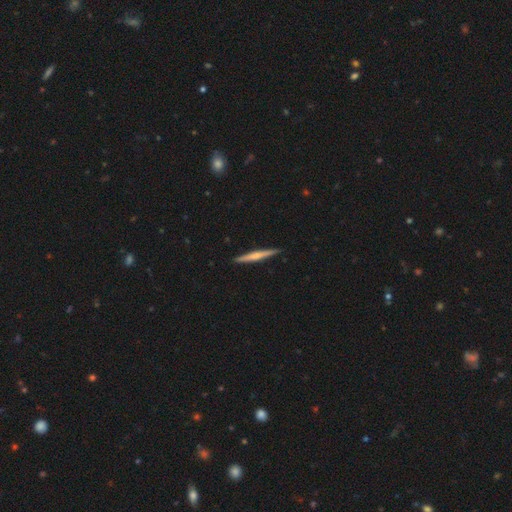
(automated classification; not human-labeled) Overall: featured or disk (51%; smooth 44%). Edge-on disk: yes (98%). Merging: none (92%).